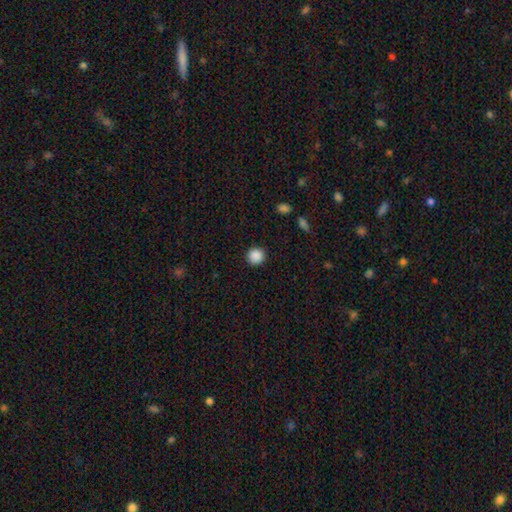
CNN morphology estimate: Smooth or featured? smooth (88%)
How rounded? round (92%)
Merging? none (91%)